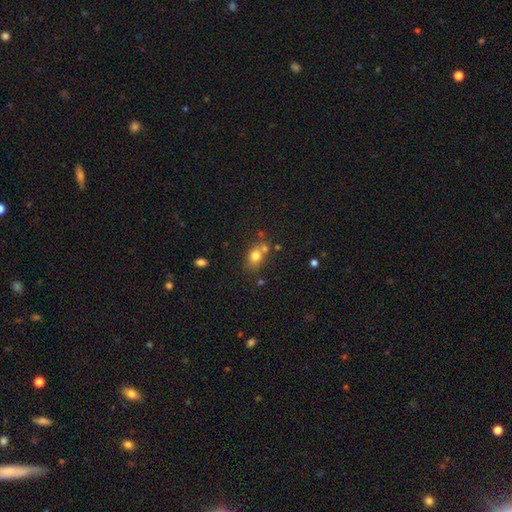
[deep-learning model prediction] Smooth or featured: smooth — 75% (featured or disk — 13%)
How rounded: in between — 53% (round — 45%)
Merging: none — 53% (merger — 25%)